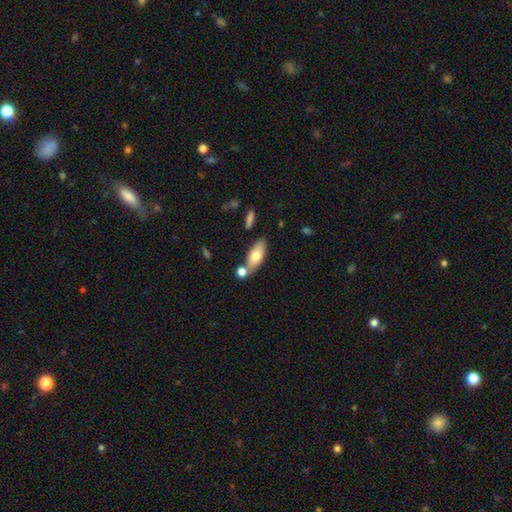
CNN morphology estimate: type=smooth (76%); roundness=in between (82%); merging=none (61%).